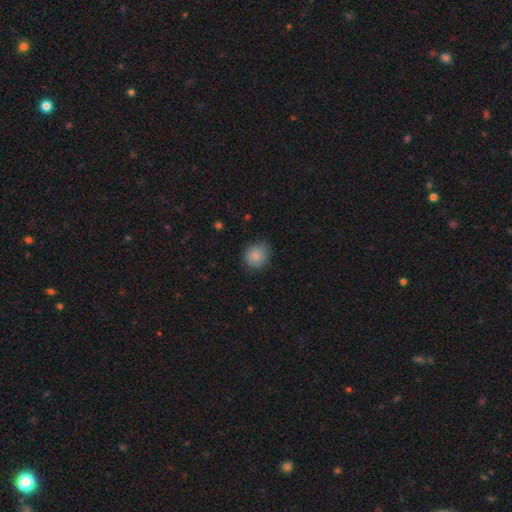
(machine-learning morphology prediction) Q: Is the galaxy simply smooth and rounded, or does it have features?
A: smooth — 85%.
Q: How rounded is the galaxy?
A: round — 82%.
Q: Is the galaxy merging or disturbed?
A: none — 75%.